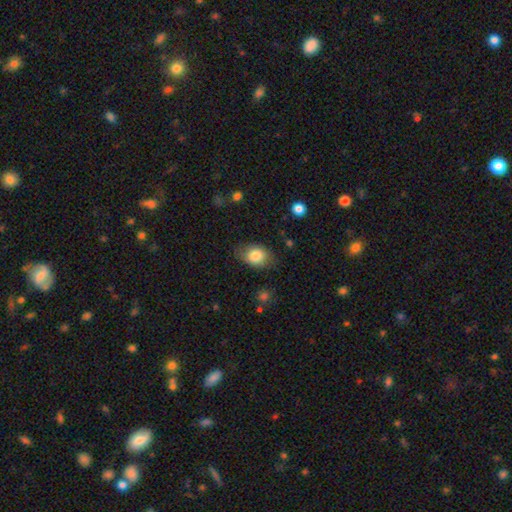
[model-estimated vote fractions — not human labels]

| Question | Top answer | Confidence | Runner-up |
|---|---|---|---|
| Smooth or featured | smooth | 83% | featured or disk (10%) |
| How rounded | in between | 75% | round (24%) |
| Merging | none | 75% | minor disturbance (18%) |